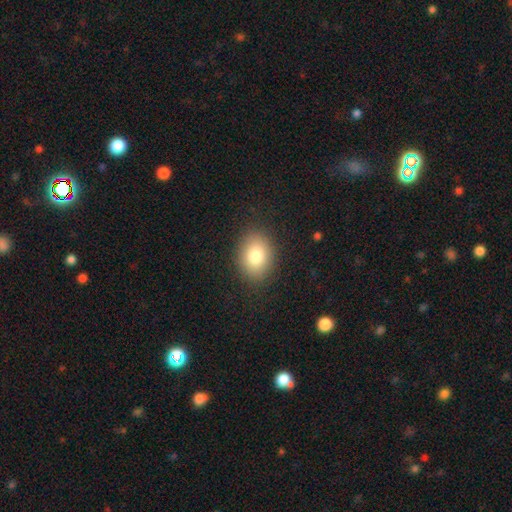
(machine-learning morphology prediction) This appears to be a smooth galaxy with no disk features (81%) that is in between round and cigar-shaped (66%). Merging: none (88%).